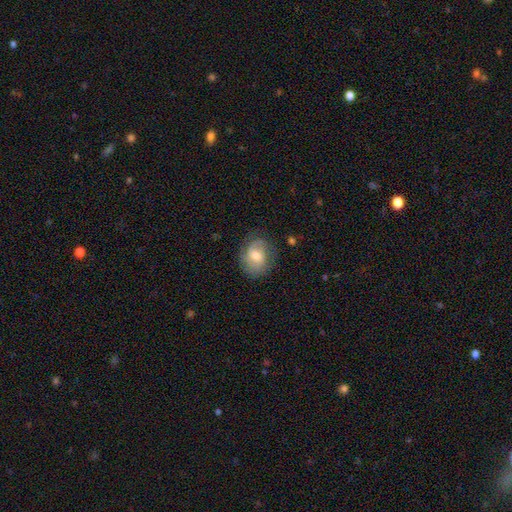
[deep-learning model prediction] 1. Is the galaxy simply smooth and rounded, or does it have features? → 48% smooth, 44% featured or disk, 8% star or artifact.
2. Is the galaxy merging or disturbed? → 70% none, 21% minor disturbance, 8% major disturbance, 1% merger.